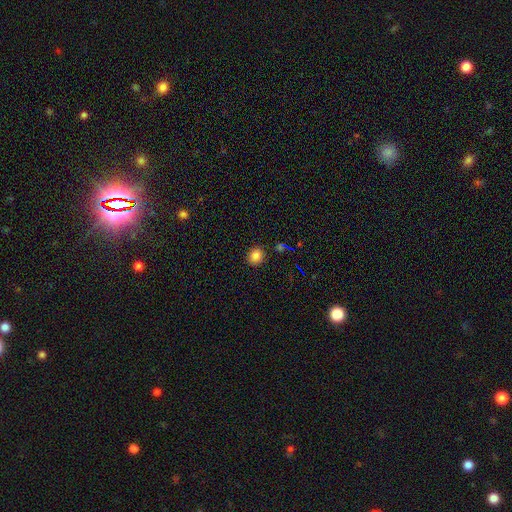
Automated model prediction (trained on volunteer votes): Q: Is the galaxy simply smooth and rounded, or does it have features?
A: smooth — 82%.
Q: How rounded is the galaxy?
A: round — 74%.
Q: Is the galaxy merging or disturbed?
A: none — 88%.